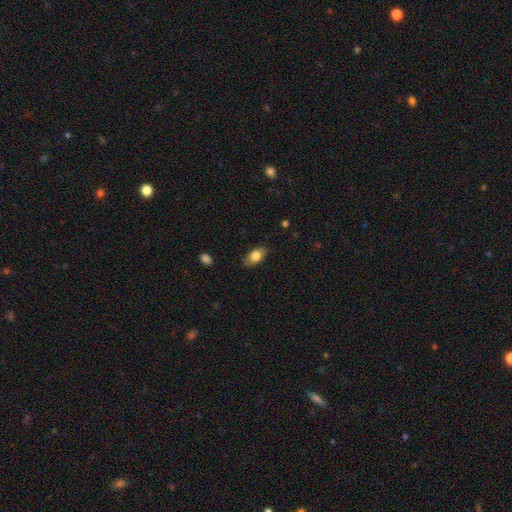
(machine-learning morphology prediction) type=smooth (80%); roundness=in between (90%); merging=none (82%).